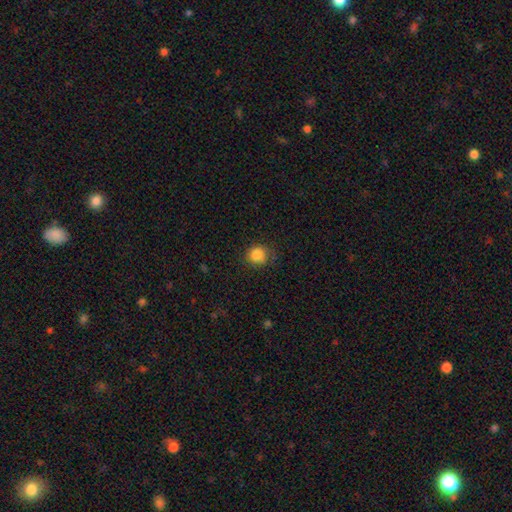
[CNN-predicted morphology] Smooth or featured? Predicted: smooth (p=0.85). How rounded? Predicted: round (p=0.85). Merging? Predicted: none (p=0.77).